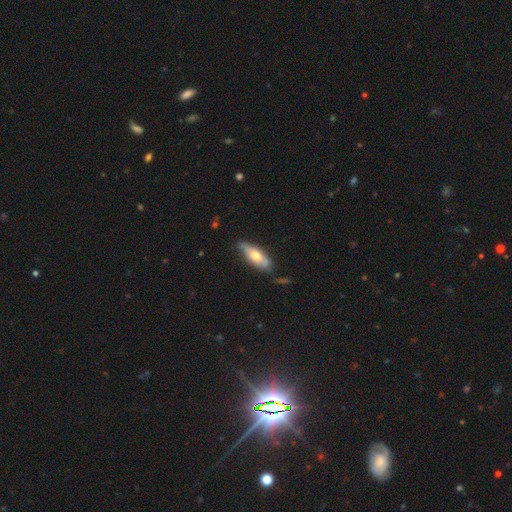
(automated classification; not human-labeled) Overall: smooth (54%; featured or disk 41%). How rounded: in between (70%). Merging: none (67%).